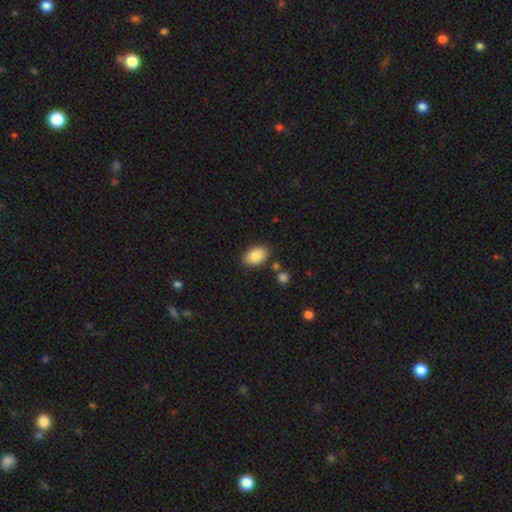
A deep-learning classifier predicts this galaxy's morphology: This is clearly a smooth galaxy (86%). How rounded: clearly in between (91%). Merging: clearly none (83%).